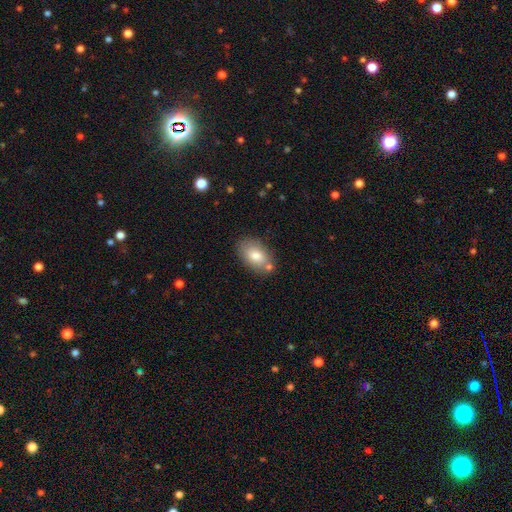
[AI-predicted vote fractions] Overall: smooth (78%). How rounded: in between (89%). Merging: none (71%).